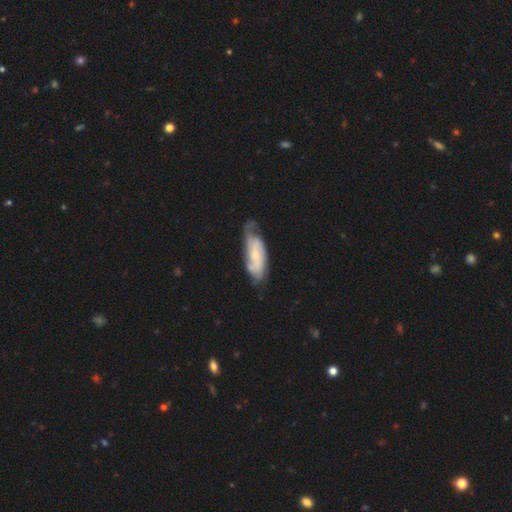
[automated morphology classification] featured or disk 66%, smooth 28%, star or artifact 6%. Down the decision tree: edge-on disk — no (88%); bar — no (60%); spiral arms — yes (89%); spiral arm count — 2 (47%); spiral winding — tight (41%); bulge size — small (65%); merging — none (54%).